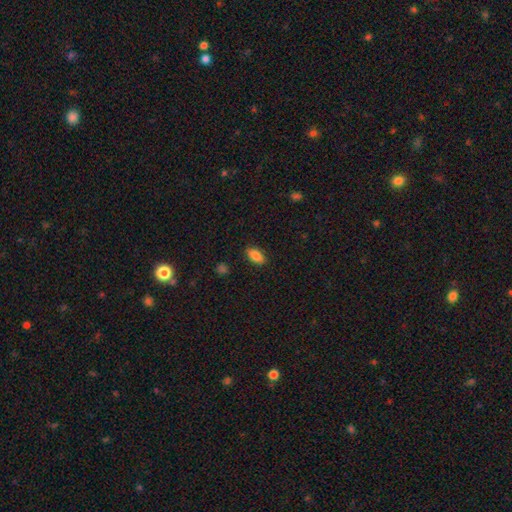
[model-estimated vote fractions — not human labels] This is clearly a smooth galaxy (86%). How rounded: clearly in between (91%). Merging: clearly none (87%).